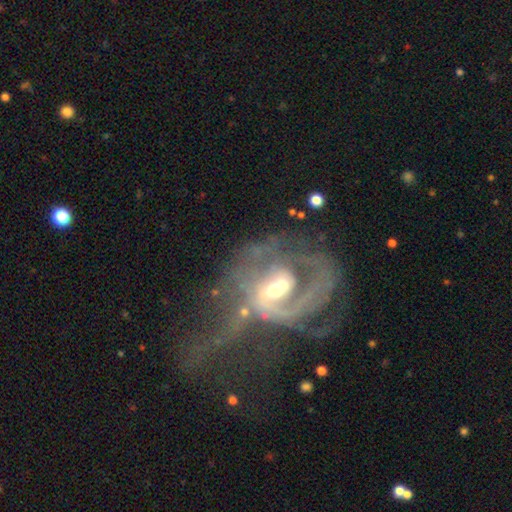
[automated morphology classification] This is clearly a featured or disk galaxy (82%). It is clearly not viewed edge-on (97%). Bar: marginally weak (42%). Spiral arm pattern: likely yes (78%). Spiral arm count: marginally can't tell (34%). Spiral winding: marginally medium (39%). Central bulge: likely moderate (60%). Merging: possibly major disturbance (54%).